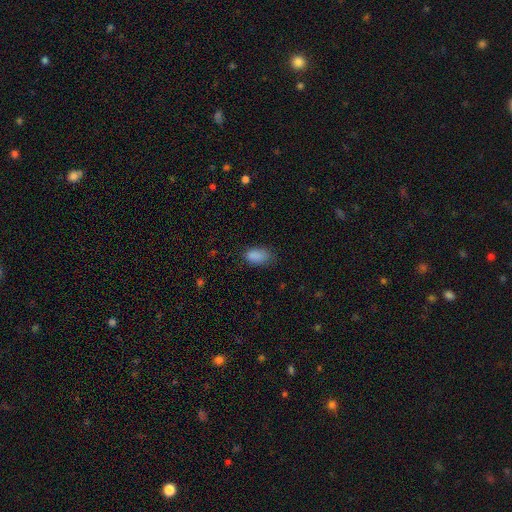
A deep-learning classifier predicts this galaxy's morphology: A smooth galaxy with no disk features (85%) that is in between round and cigar-shaped (91%).

Vote fractions:
- Smooth or featured? smooth: 85% / star or artifact: 10% / featured or disk: 5%
- How rounded? in between: 91% / round: 7% / cigar-shaped: 2%
- Merging? none: 64% / minor disturbance: 26% / major disturbance: 8% / merger: 2%